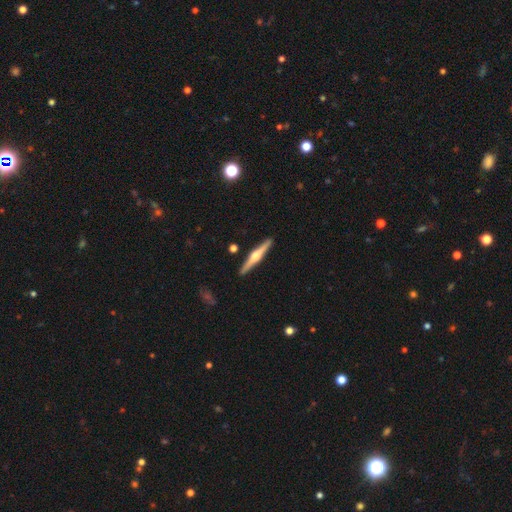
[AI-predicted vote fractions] smooth-or-featured: featured or disk: 76% | smooth: 19% | star or artifact: 5%
  disk-edge-on: yes: 98% | no: 2%
    edge-on-bulge: rounded: 93% | boxy: 4% | none: 3%
  merging: none: 91% | minor disturbance: 6% | merger: 1% | major disturbance: 1%